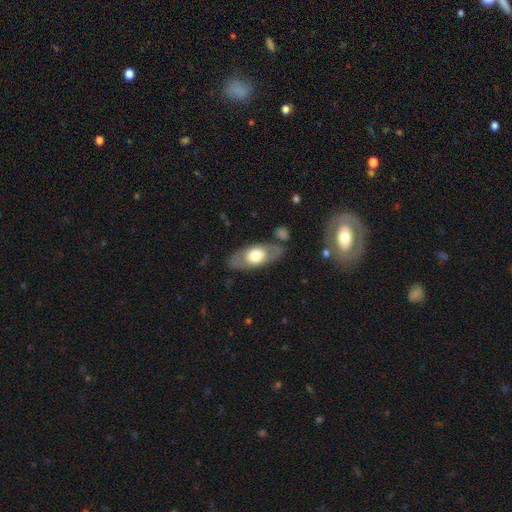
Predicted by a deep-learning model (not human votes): smooth 49%, featured or disk 45%, star or artifact 5%. Down the decision tree: merging — none (79%).